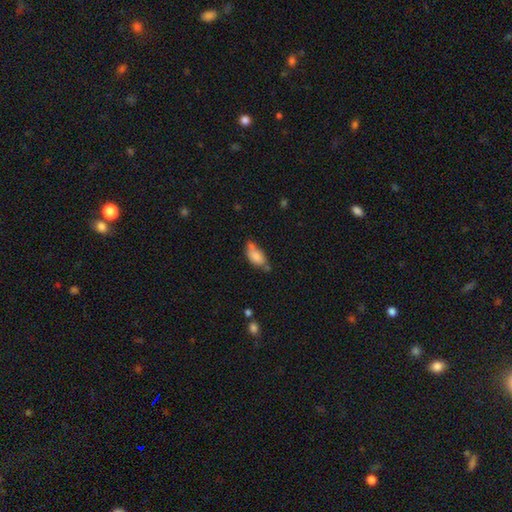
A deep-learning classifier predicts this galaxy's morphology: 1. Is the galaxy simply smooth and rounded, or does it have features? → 78% smooth, 14% featured or disk, 8% star or artifact.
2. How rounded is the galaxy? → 87% in between, 10% cigar-shaped, 3% round.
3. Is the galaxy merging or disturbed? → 43% none, 31% minor disturbance, 17% merger, 10% major disturbance.